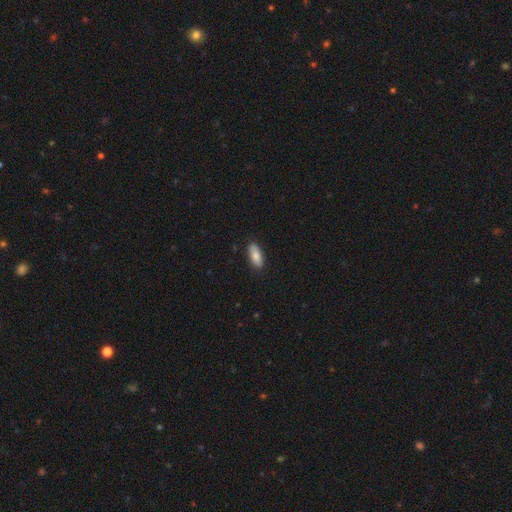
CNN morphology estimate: Smooth or featured: smooth — 82% (featured or disk — 12%)
How rounded: in between — 81% (cigar-shaped — 17%)
Merging: none — 87% (minor disturbance — 10%)